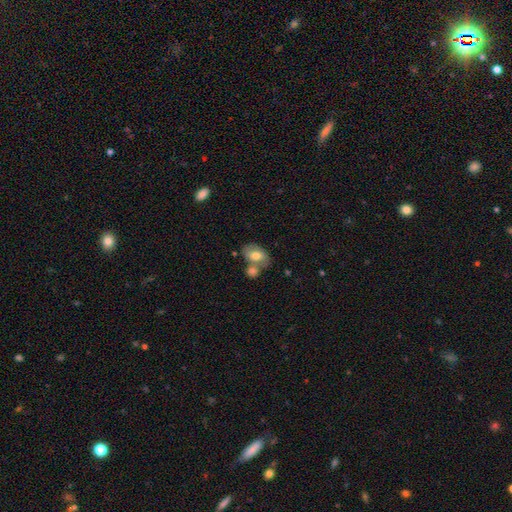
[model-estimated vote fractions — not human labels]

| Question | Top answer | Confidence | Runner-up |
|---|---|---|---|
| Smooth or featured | smooth | 67% | featured or disk (26%) |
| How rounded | in between | 85% | round (14%) |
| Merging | none | 42% | merger (38%) |